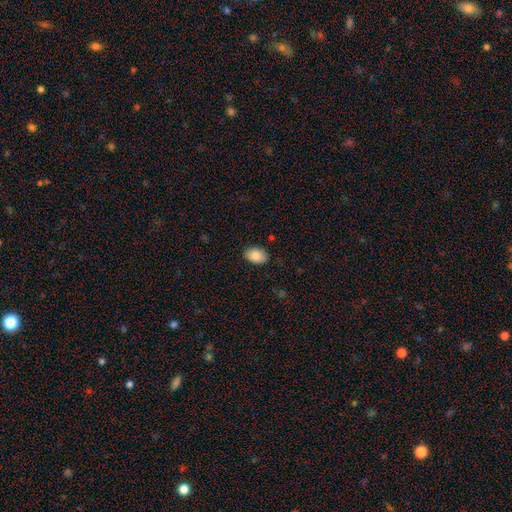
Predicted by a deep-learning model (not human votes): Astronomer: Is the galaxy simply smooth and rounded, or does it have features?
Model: smooth — 85%.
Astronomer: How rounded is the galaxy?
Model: in between — 82%.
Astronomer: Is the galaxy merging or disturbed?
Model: none — 86%.